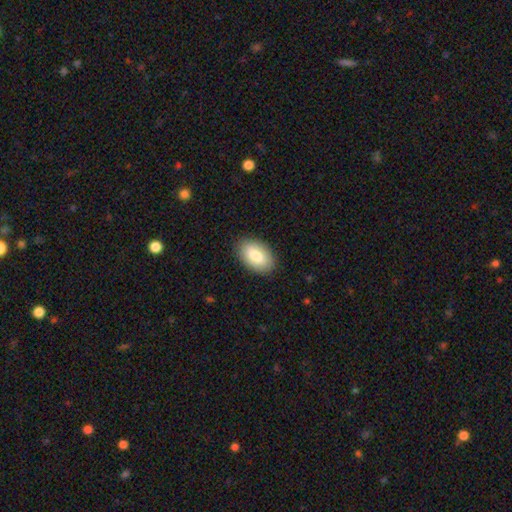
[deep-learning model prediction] Smooth or featured?
  - smooth: 81% *
  - featured or disk: 13%
  - star or artifact: 6%
How rounded?
  - in between: 93% *
  - round: 6%
  - cigar-shaped: 1%
Merging?
  - none: 88% *
  - minor disturbance: 9%
  - major disturbance: 2%
  - merger: 1%